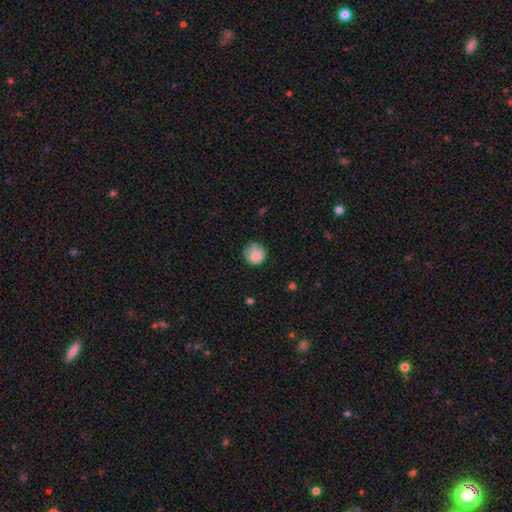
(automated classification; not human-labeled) A smooth galaxy with no disk features (82%) that is round (88%). Merging: none (63%).